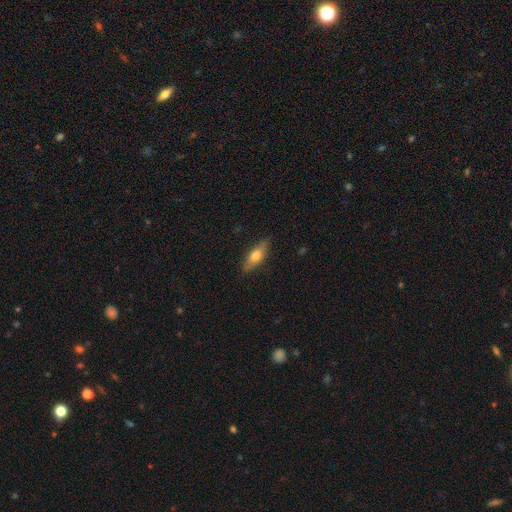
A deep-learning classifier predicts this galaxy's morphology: type=smooth (63%); roundness=in between (58%); merging=none (83%).